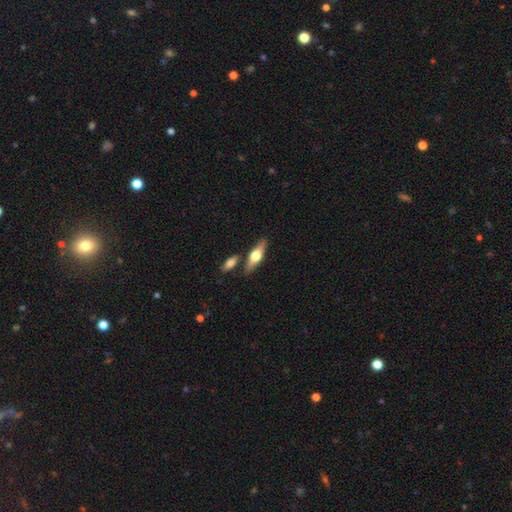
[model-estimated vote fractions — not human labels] Smooth or featured? Predicted: featured or disk (p=0.58). Edge-on disk? Predicted: yes (p=0.92). Edge-on bulge? Predicted: rounded (p=0.95). Merging? Predicted: none (p=0.76).